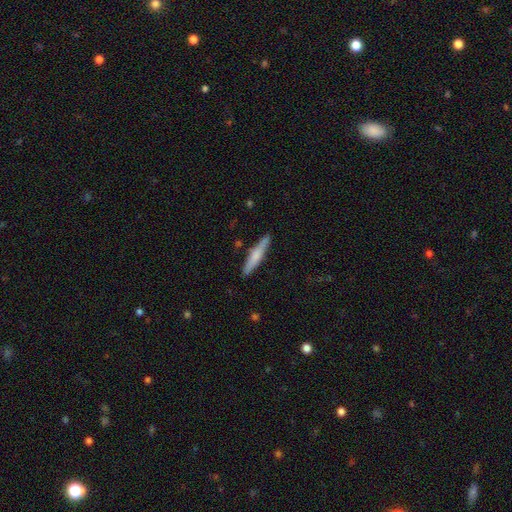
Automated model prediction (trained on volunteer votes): Smooth or featured: smooth — 61% (featured or disk — 34%)
How rounded: cigar-shaped — 91% (in between — 7%)
Merging: none — 86% (minor disturbance — 10%)